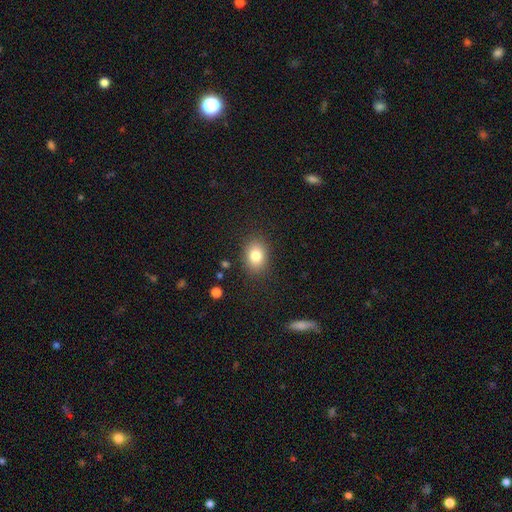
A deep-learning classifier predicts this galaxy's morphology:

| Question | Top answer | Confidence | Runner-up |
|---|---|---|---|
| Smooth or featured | smooth | 82% | star or artifact (10%) |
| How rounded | in between | 66% | round (33%) |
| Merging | none | 86% | minor disturbance (9%) |